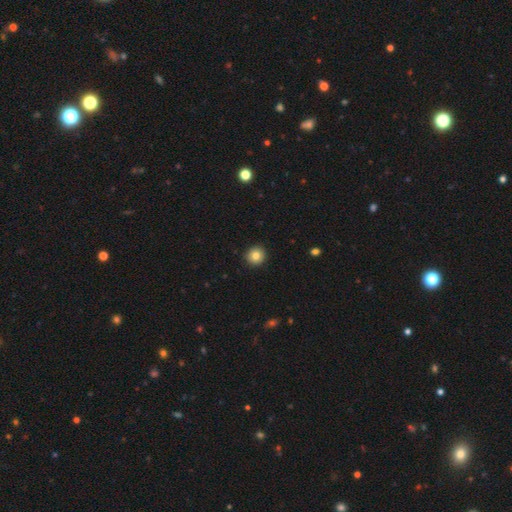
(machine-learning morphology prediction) This appears to be a smooth galaxy with no disk features (82%) that is round (94%). Merging: none (92%).